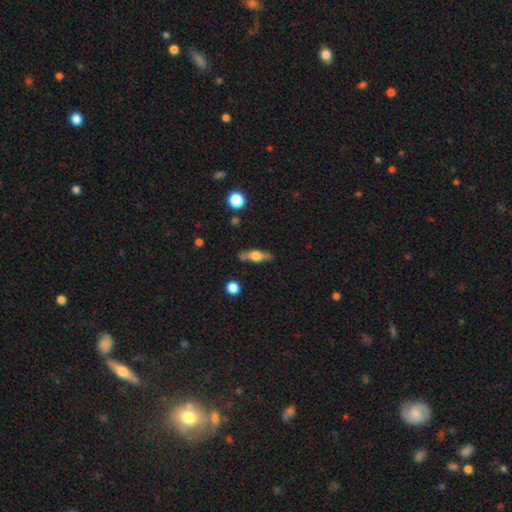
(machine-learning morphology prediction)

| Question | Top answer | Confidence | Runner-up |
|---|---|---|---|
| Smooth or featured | smooth | 48% | featured or disk (45%) |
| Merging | none | 78% | minor disturbance (14%) |